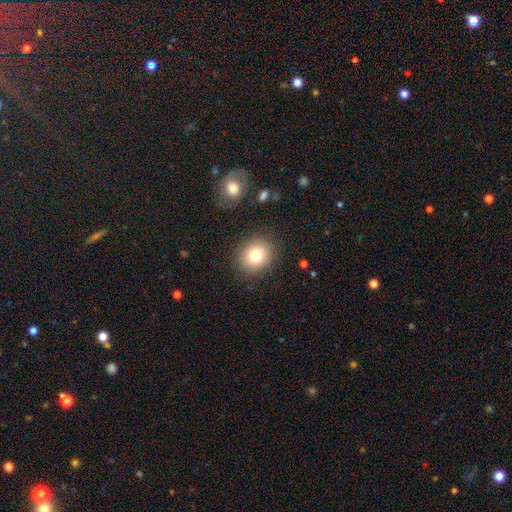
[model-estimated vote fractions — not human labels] This appears to be a smooth galaxy with no disk features (79%) that is round (69%). Merging: none (87%).